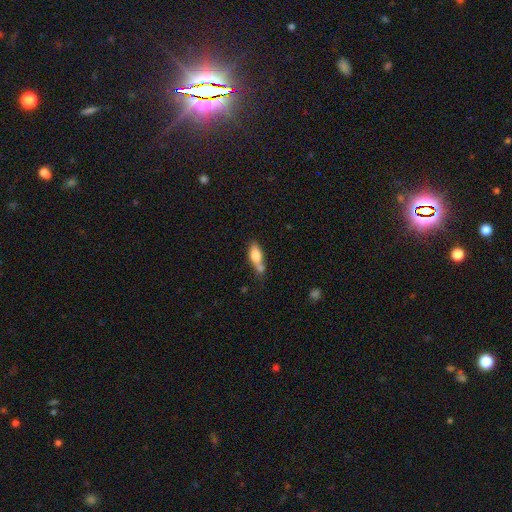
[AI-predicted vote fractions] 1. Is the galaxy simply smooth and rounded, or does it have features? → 74% smooth, 18% featured or disk, 8% star or artifact.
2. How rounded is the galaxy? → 76% in between, 19% cigar-shaped, 5% round.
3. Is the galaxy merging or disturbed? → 37% merger, 34% none, 20% minor disturbance, 8% major disturbance.